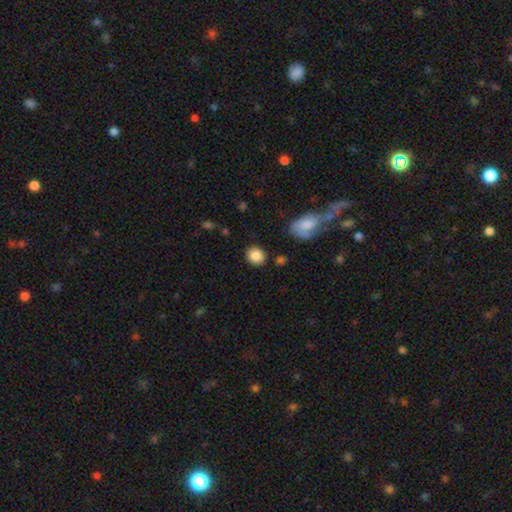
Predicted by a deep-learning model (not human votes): A smooth galaxy with no disk features (86%) that is round (70%).

Vote fractions:
- Smooth or featured? smooth: 86% / star or artifact: 8% / featured or disk: 6%
- How rounded? round: 70% / in between: 29% / cigar-shaped: 1%
- Merging? none: 86% / minor disturbance: 9% / major disturbance: 3% / merger: 3%